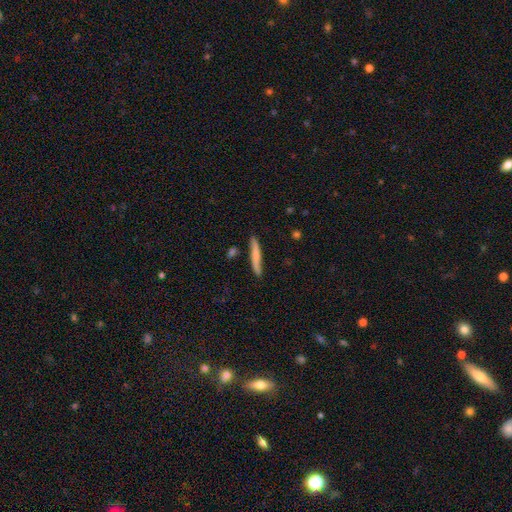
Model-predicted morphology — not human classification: The model was most divided on "smooth or featured": smooth: 66%, featured or disk: 29%, star or artifact: 5%. More confident: how rounded — cigar-shaped (94%); merging — none (82%).